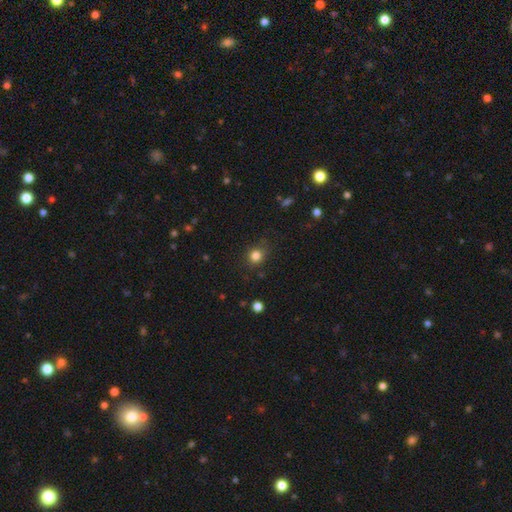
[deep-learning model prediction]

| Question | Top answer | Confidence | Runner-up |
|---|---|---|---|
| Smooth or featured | smooth | 82% | star or artifact (13%) |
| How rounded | round | 84% | in between (15%) |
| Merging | none | 82% | minor disturbance (13%) |